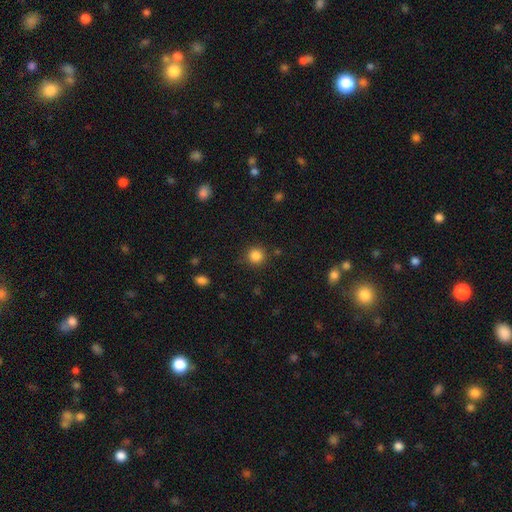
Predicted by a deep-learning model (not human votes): A smooth galaxy with no disk features (85%) that is round (93%). Merging: none (86%).